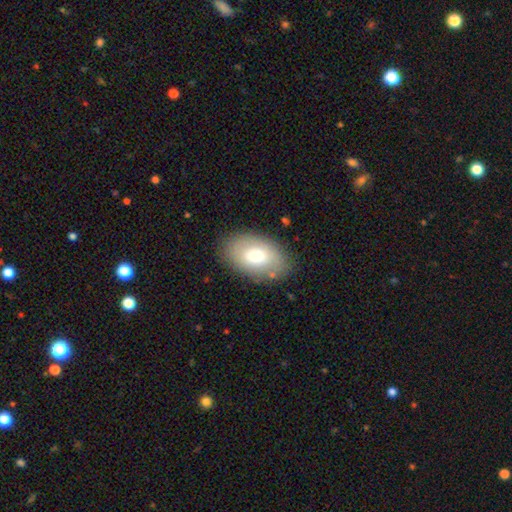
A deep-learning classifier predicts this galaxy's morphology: smooth_or_featured: smooth (p=0.72) [alt: featured or disk p=0.21]
how_rounded: in between (p=0.92) [alt: round p=0.06]
merging: none (p=0.82) [alt: minor disturbance p=0.13]